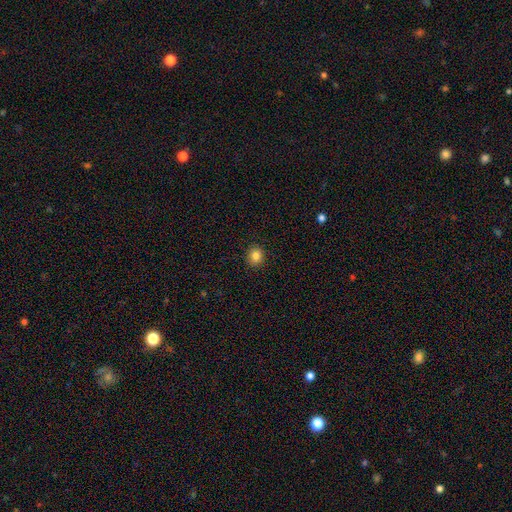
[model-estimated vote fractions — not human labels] Morphology: type=smooth (83%); roundness=round (76%); merging=none (91%).